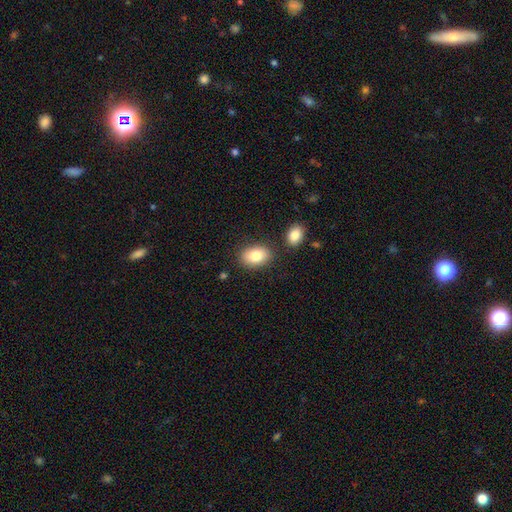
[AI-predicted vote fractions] Smooth or featured: smooth — 82% (featured or disk — 11%)
How rounded: in between — 84% (round — 15%)
Merging: none — 80% (minor disturbance — 11%)